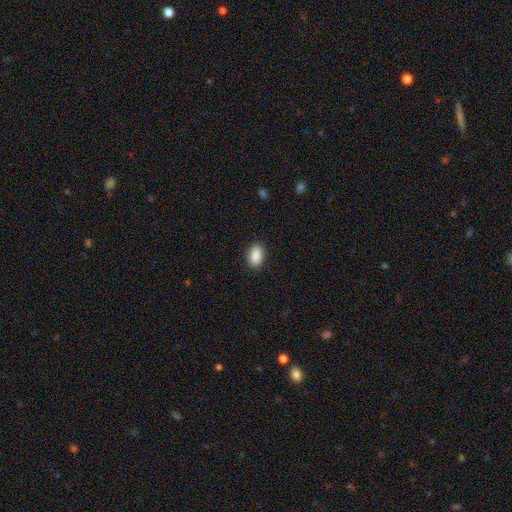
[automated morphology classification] Overall: smooth (90%). How rounded: in between (90%). Merging: none (88%).